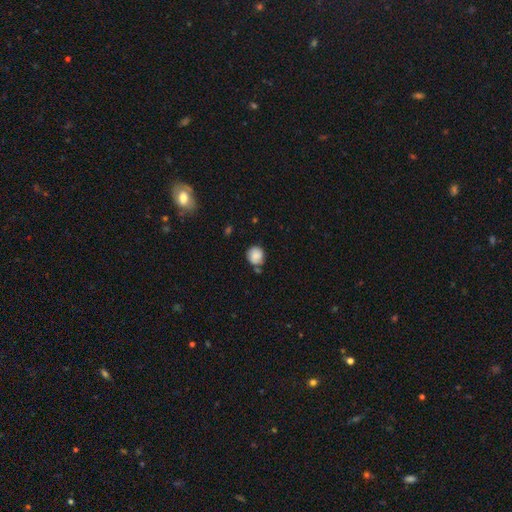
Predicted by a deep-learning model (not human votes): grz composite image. It shows a smooth galaxy with no disk features (80%) that is round (85%). Merging: none (63%).